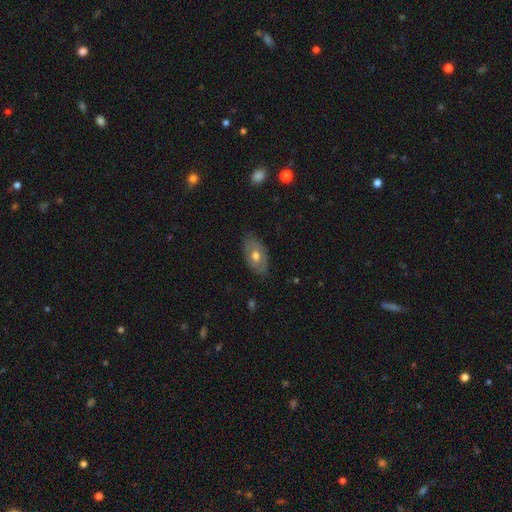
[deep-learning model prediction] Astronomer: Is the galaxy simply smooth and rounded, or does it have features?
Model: featured or disk — 48% (runner-up: smooth, 45%).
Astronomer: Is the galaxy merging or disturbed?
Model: none — 75%.